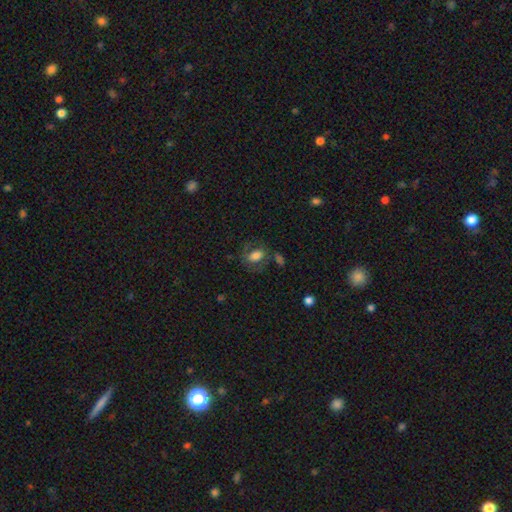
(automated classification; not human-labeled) A smooth galaxy with no disk features (66%) that is in between round and cigar-shaped (82%).

Vote fractions:
- Smooth or featured? smooth: 66% / featured or disk: 25% / star or artifact: 10%
- How rounded? in between: 82% / round: 16% / cigar-shaped: 2%
- Merging? none: 58% / minor disturbance: 19% / major disturbance: 15% / merger: 8%